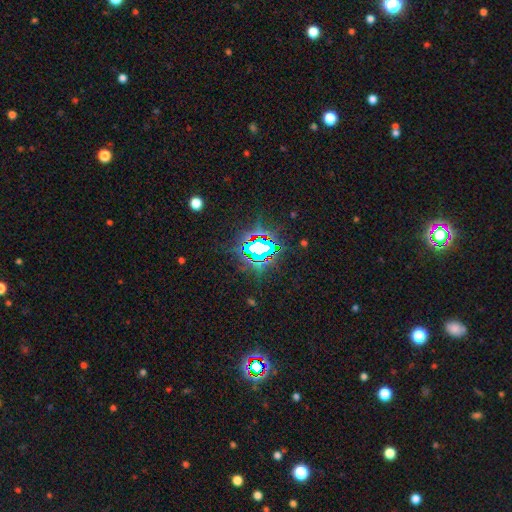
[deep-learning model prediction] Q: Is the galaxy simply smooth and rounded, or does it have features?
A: star or artifact — 76%.